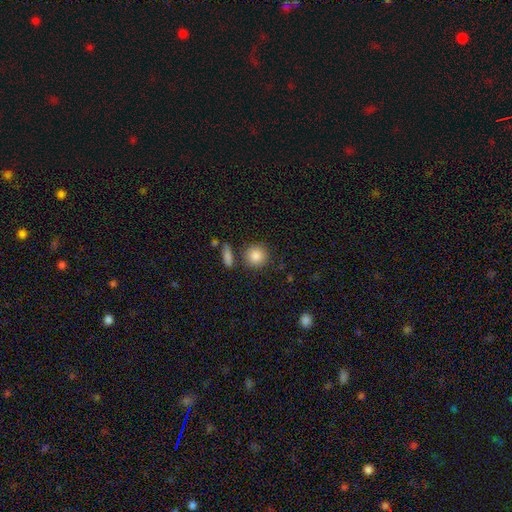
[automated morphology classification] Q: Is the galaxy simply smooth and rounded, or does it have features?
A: smooth — 86%.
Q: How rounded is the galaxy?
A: round — 89%.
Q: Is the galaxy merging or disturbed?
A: none — 79%.